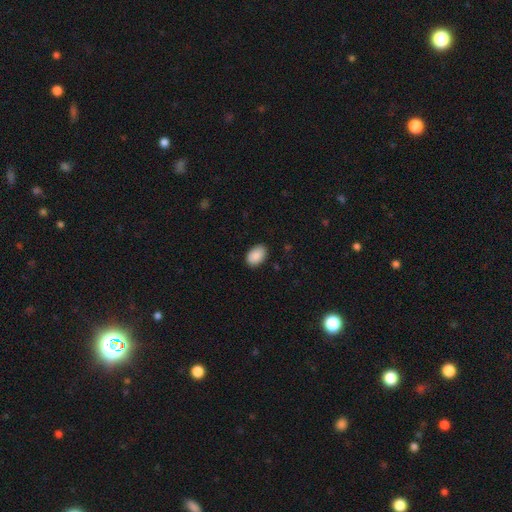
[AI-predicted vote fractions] Smooth or featured? smooth (90%)
How rounded? in between (89%)
Merging? none (87%)